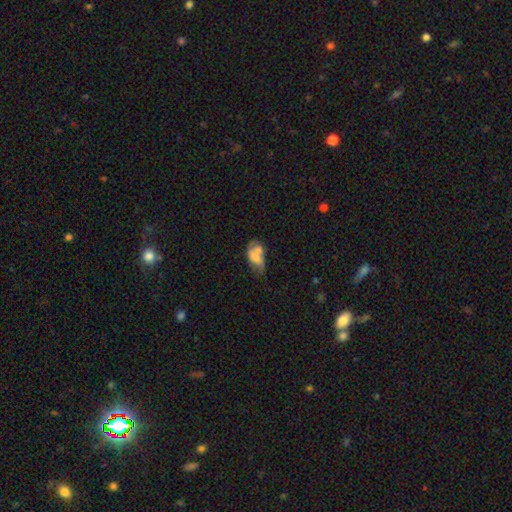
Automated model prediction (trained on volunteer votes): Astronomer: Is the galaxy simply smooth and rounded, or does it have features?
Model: smooth — 51% (runner-up: featured or disk, 41%).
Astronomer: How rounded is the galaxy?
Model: in between — 88%.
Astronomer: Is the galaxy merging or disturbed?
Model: merger — 38% (runner-up: none, 26%).